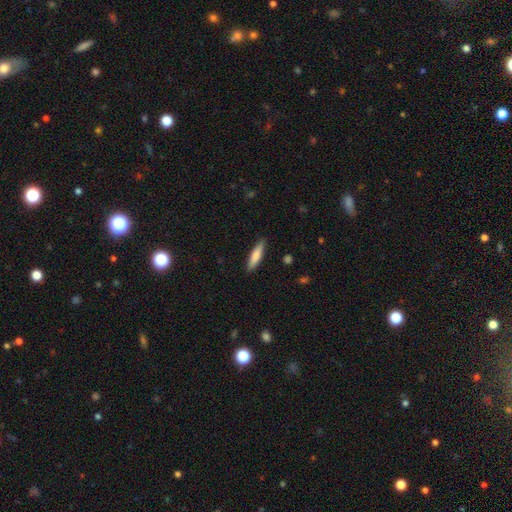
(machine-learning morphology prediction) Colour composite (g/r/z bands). It shows a smooth galaxy with no disk features (76%) that is cigar-shaped (79%). Merging: none (88%).